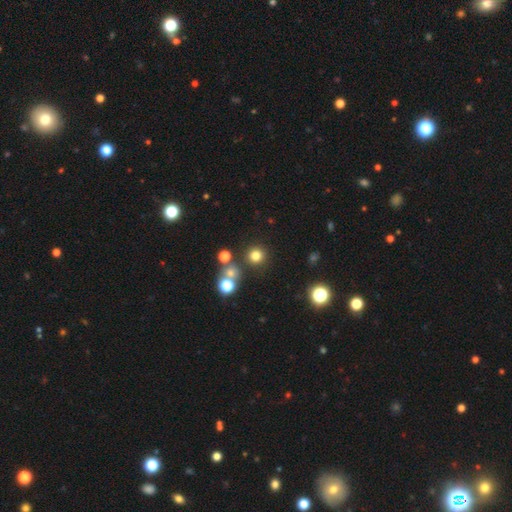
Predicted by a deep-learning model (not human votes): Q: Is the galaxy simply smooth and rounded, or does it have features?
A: smooth — 75%.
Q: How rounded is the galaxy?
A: round — 94%.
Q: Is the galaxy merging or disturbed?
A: none — 83%.